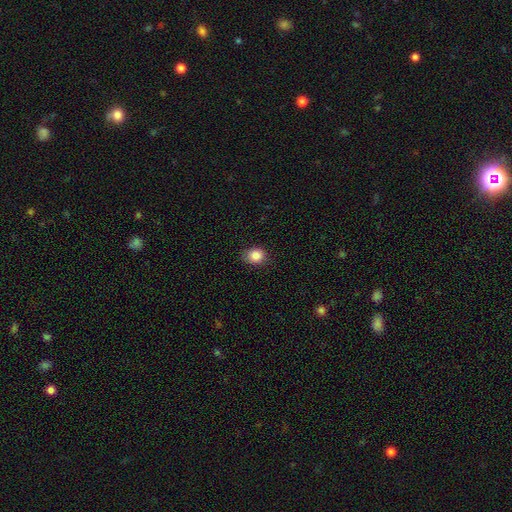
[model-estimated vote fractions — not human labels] A smooth galaxy with no disk features (85%) that is round (60%).

Vote fractions:
- Smooth or featured? smooth: 85% / star or artifact: 10% / featured or disk: 5%
- How rounded? round: 60% / in between: 39% / cigar-shaped: 1%
- Merging? none: 81% / minor disturbance: 15% / major disturbance: 3% / merger: 1%